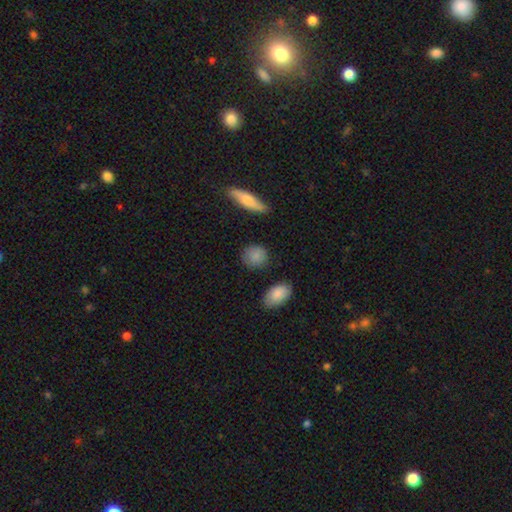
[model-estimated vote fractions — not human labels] Smooth or featured? Predicted: smooth (p=0.85). How rounded? Predicted: round (p=0.75). Merging? Predicted: none (p=0.81).